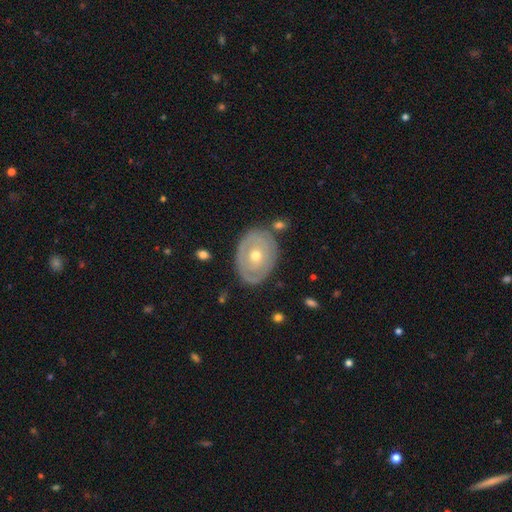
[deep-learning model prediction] Q: Smooth or featured?
A: featured or disk (62%); runner-up: smooth (33%)
Q: Edge-on disk?
A: no (93%); runner-up: yes (7%)
Q: Bar?
A: no (89%); runner-up: weak (9%)
Q: Spiral arms?
A: no (67%); runner-up: yes (33%)
Q: Bulge size?
A: moderate (57%); runner-up: small (39%)
Q: Merging?
A: none (76%); runner-up: minor disturbance (16%)